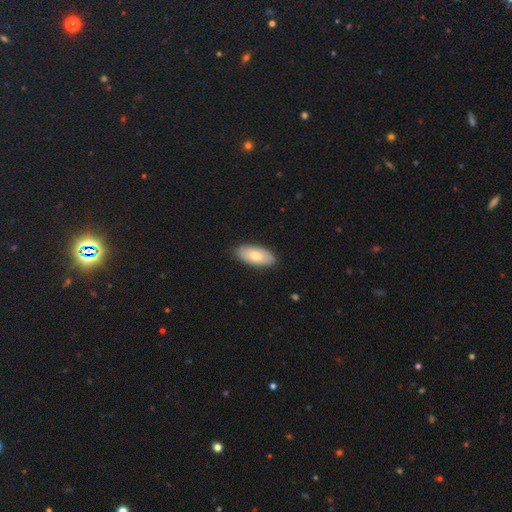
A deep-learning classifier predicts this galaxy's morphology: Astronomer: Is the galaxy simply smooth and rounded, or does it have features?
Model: smooth — 75%.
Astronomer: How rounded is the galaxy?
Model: in between — 91%.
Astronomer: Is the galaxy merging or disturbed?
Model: none — 87%.